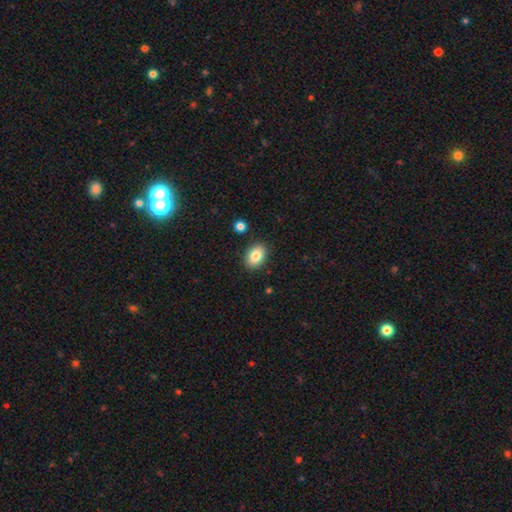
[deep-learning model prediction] This appears to be a smooth galaxy with no disk features (84%) that is in between round and cigar-shaped (78%). Merging: none (88%).